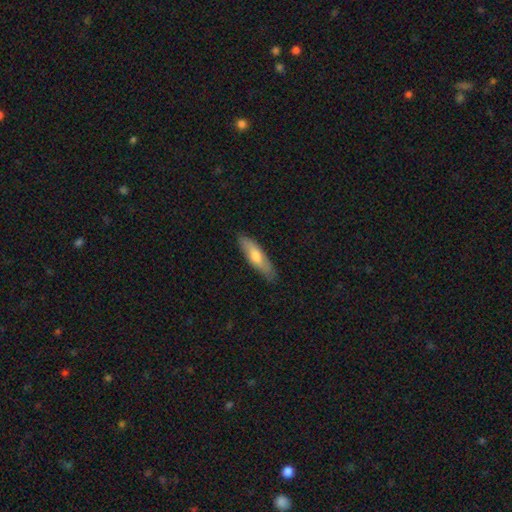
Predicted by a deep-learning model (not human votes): A smooth galaxy with no disk features (66%) that is cigar-shaped (60%).

Vote fractions:
- Smooth or featured? smooth: 66% / featured or disk: 28% / star or artifact: 5%
- How rounded? cigar-shaped: 60% / in between: 38% / round: 2%
- Merging? none: 84% / minor disturbance: 13% / major disturbance: 2% / merger: 1%